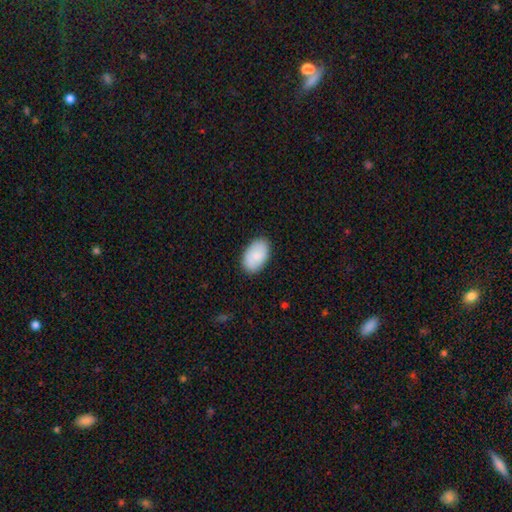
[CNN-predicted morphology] Overall: smooth (85%). How rounded: in between (93%). Merging: none (87%).